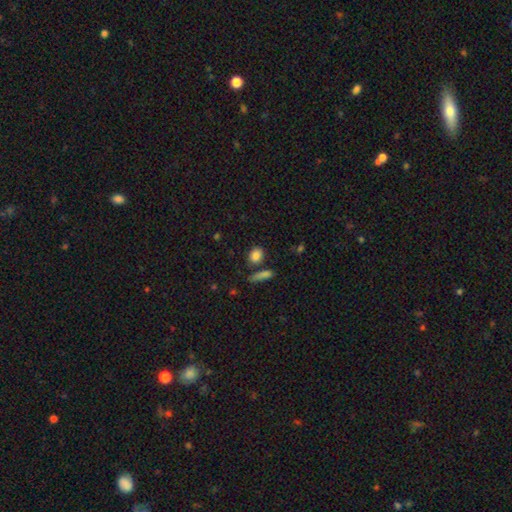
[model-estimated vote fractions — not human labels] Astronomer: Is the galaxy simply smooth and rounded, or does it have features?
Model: smooth — 85%.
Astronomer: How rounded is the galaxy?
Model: in between — 56% (runner-up: round, 39%).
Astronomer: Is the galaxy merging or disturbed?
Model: none — 73%.